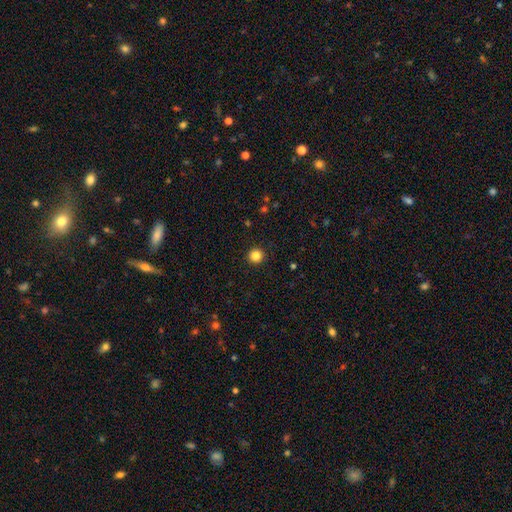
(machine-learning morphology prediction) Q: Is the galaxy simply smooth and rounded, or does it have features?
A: smooth — 84%.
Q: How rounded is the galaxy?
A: round — 94%.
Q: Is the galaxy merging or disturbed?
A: none — 93%.